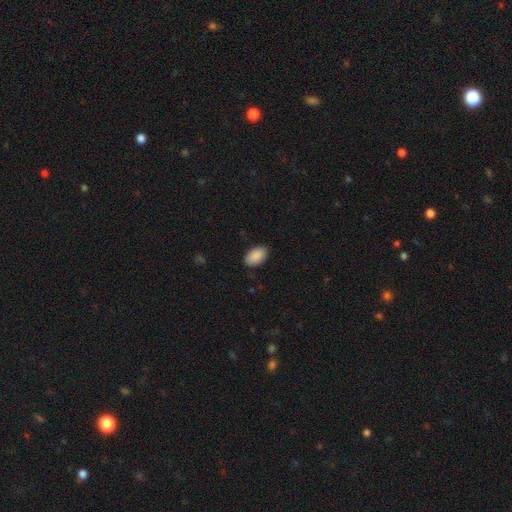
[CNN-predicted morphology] The model was most divided on "merging": none: 87%, minor disturbance: 9%, major disturbance: 2%, merger: 1%. More confident: how rounded — in between (94%); smooth or featured — smooth (90%).